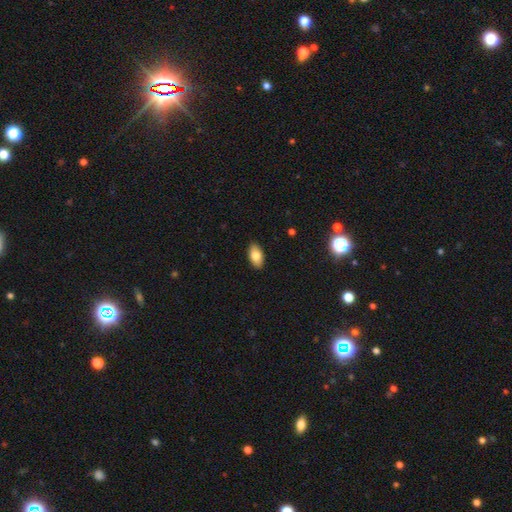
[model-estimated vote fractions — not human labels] smooth_or_featured: smooth (p=0.81) [alt: featured or disk p=0.12]
how_rounded: in between (p=0.93) [alt: round p=0.04]
merging: none (p=0.90) [alt: minor disturbance p=0.07]